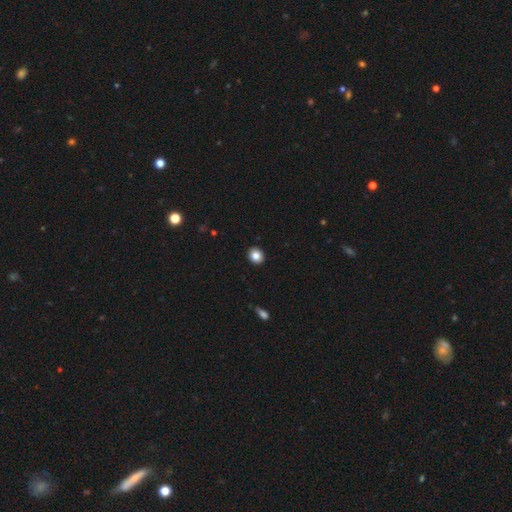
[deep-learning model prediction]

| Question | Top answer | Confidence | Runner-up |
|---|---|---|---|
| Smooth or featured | smooth | 84% | star or artifact (10%) |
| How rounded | round | 74% | in between (25%) |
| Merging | none | 92% | minor disturbance (6%) |